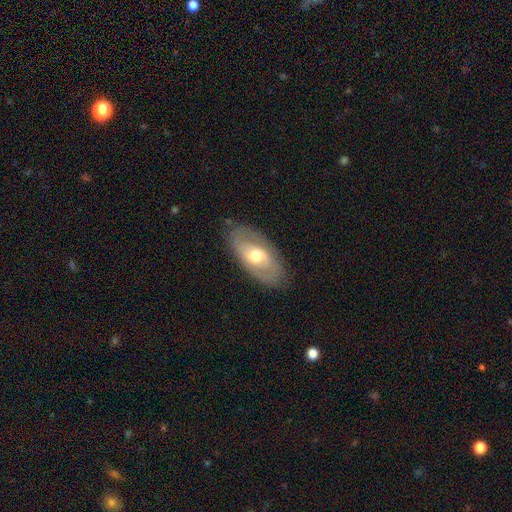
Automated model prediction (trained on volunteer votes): Smooth or featured? featured or disk (56%)
Edge-on disk? no (87%)
Merging? none (80%)